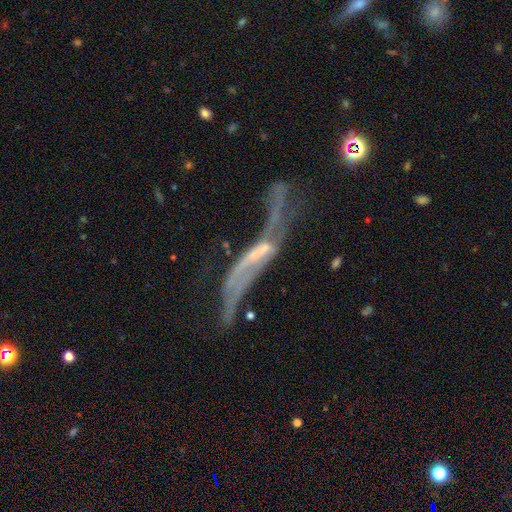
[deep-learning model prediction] featured or disk 70%, smooth 17%, star or artifact 13%. Down the decision tree: edge-on disk — no (62%); merging — major disturbance (39%).